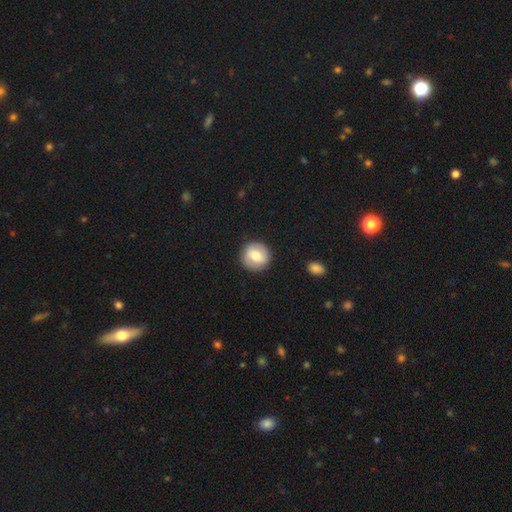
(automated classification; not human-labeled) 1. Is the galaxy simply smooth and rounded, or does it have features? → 67% smooth, 26% featured or disk, 7% star or artifact.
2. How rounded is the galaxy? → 92% round, 7% in between, 1% cigar-shaped.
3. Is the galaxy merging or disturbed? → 89% none, 7% minor disturbance, 2% major disturbance, 1% merger.